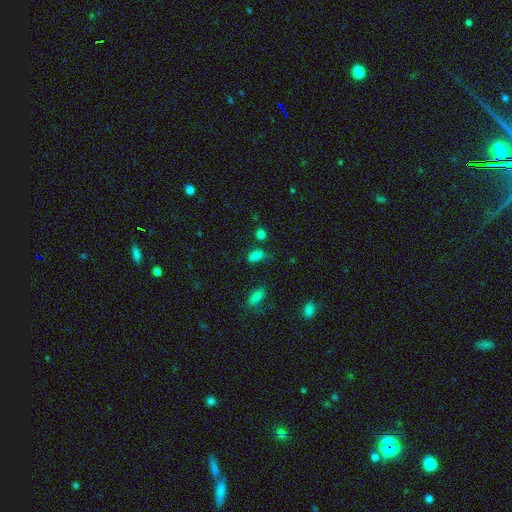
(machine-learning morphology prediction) smooth_or_featured: smooth (p=0.80) [alt: star or artifact p=0.15]
how_rounded: in between (p=0.84) [alt: round p=0.09]
merging: none (p=0.69) [alt: minor disturbance p=0.18]